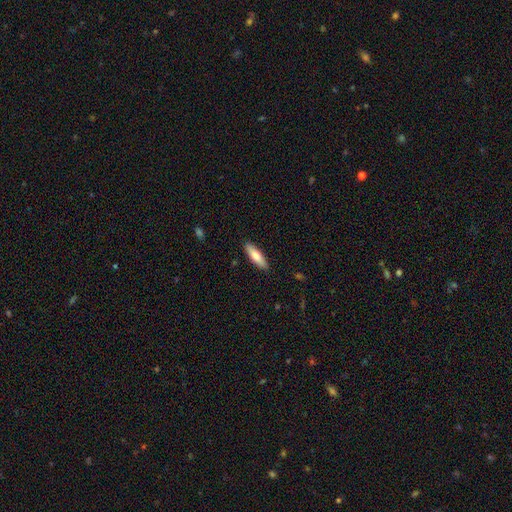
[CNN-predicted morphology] Smooth or featured?
  - smooth: 75% *
  - featured or disk: 20%
  - star or artifact: 6%
How rounded?
  - cigar-shaped: 61% *
  - in between: 38%
  - round: 2%
Merging?
  - none: 90% *
  - minor disturbance: 8%
  - major disturbance: 2%
  - merger: 1%